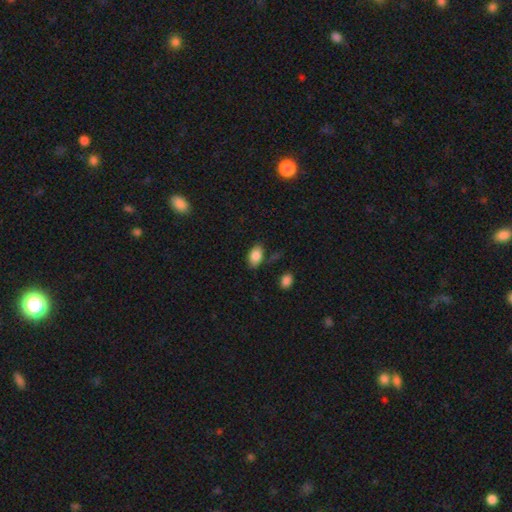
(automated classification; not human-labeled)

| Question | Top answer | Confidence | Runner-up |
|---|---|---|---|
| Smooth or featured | smooth | 85% | featured or disk (8%) |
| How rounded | in between | 90% | round (8%) |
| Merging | none | 75% | minor disturbance (16%) |